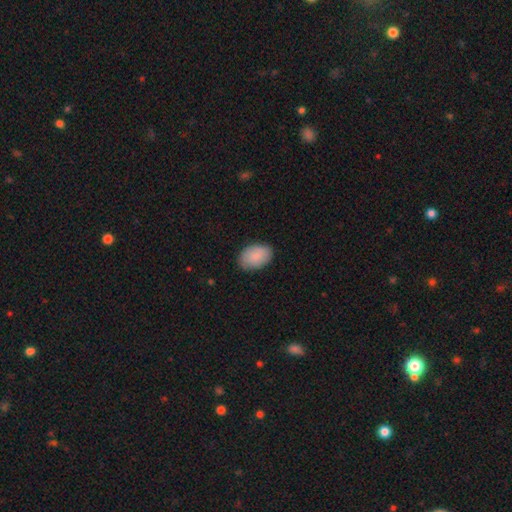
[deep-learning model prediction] Morphology: type=smooth (88%); roundness=in between (89%); merging=none (84%).